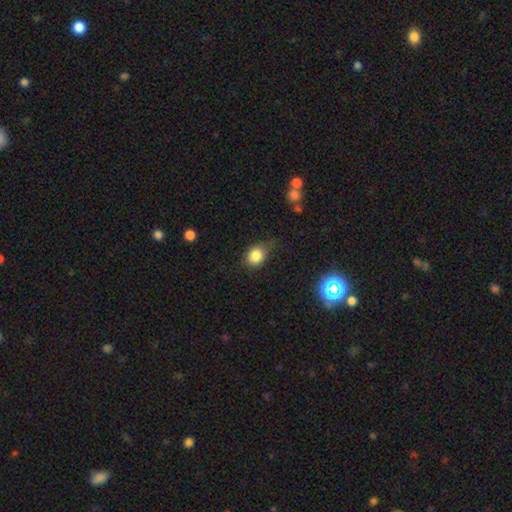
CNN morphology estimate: smooth_or_featured: smooth (p=0.82) [alt: star or artifact p=0.10]
how_rounded: round (p=0.60) [alt: in between p=0.38]
merging: none (p=0.60) [alt: minor disturbance p=0.29]